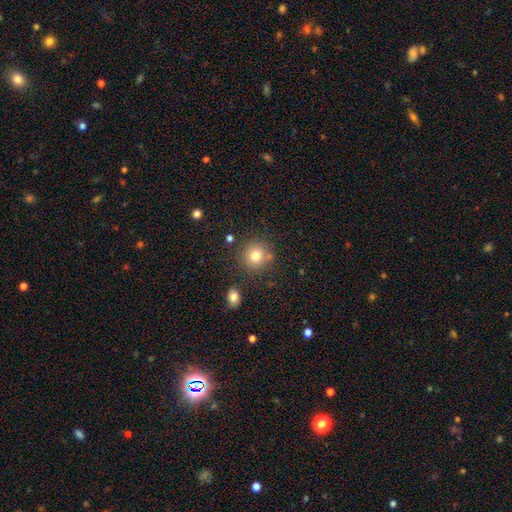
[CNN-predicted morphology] Smooth or featured?
  - smooth: 78% *
  - star or artifact: 13%
  - featured or disk: 9%
How rounded?
  - round: 93% *
  - in between: 6%
  - cigar-shaped: 1%
Merging?
  - none: 82% *
  - minor disturbance: 9%
  - merger: 6%
  - major disturbance: 3%